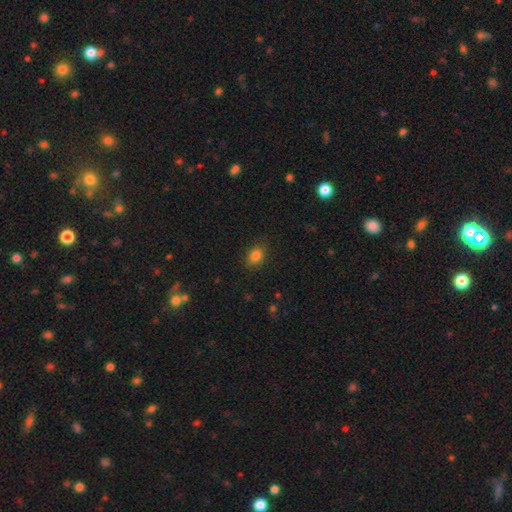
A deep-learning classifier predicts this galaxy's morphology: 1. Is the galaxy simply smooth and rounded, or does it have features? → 83% smooth, 11% star or artifact, 6% featured or disk.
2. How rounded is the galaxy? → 67% in between, 32% round, 1% cigar-shaped.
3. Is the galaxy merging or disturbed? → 85% none, 11% minor disturbance, 3% major disturbance, 1% merger.